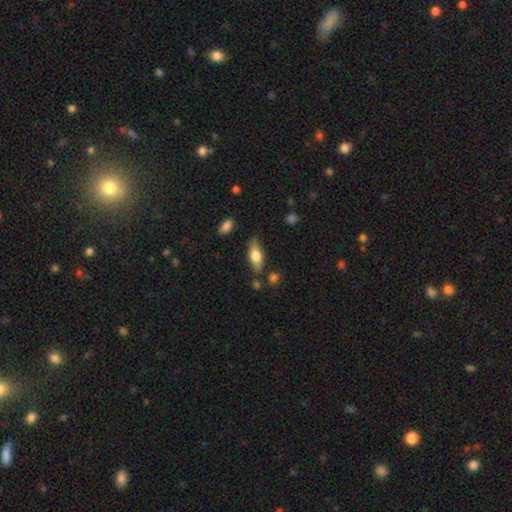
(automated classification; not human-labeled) Smooth or featured: smooth — 57% (featured or disk — 37%)
How rounded: in between — 64% (cigar-shaped — 32%)
Merging: none — 77% (minor disturbance — 15%)